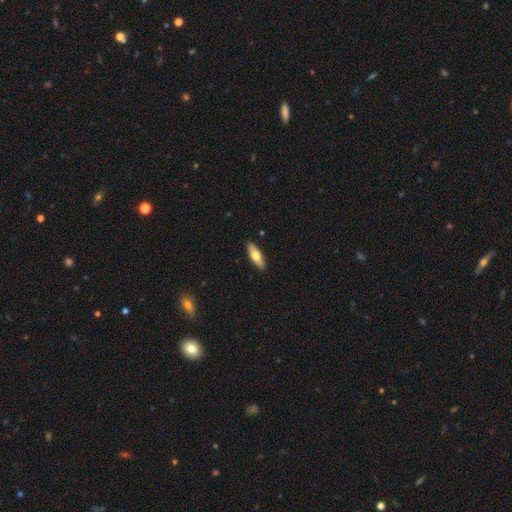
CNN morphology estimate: Smooth or featured? Predicted: smooth (p=0.64). How rounded? Predicted: in between (p=0.57). Merging? Predicted: none (p=0.90).